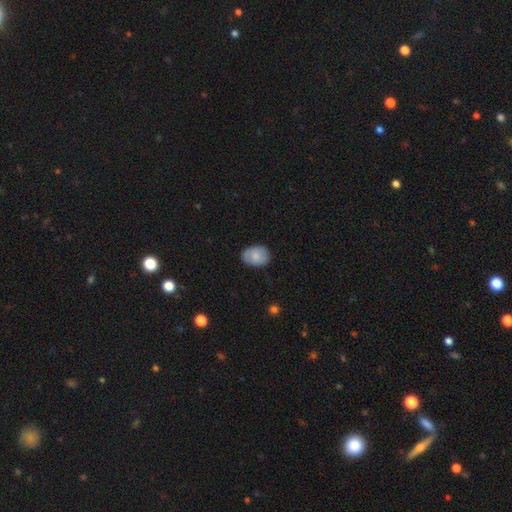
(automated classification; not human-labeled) Smooth or featured?
  - smooth: 78% *
  - featured or disk: 15%
  - star or artifact: 7%
How rounded?
  - in between: 71% *
  - round: 28%
  - cigar-shaped: 1%
Merging?
  - none: 77% *
  - minor disturbance: 18%
  - major disturbance: 3%
  - merger: 1%